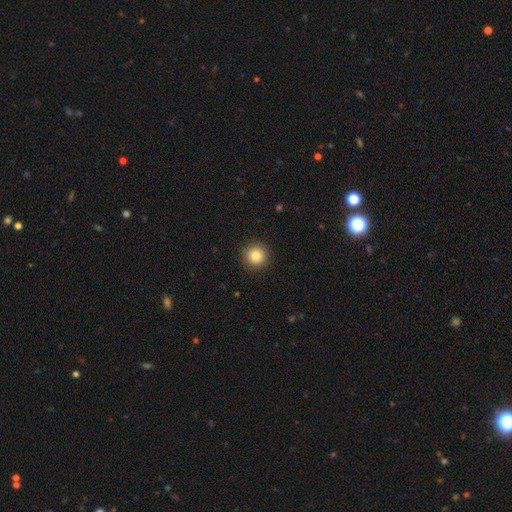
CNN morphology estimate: smooth 85%, star or artifact 10%, featured or disk 5%. Down the decision tree: how rounded — round (96%); merging — none (92%).